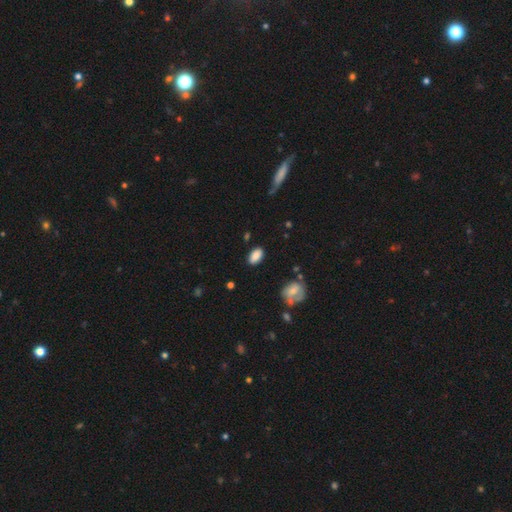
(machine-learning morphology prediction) Smooth or featured? Predicted: smooth (p=0.87). How rounded? Predicted: in between (p=0.92). Merging? Predicted: none (p=0.85).